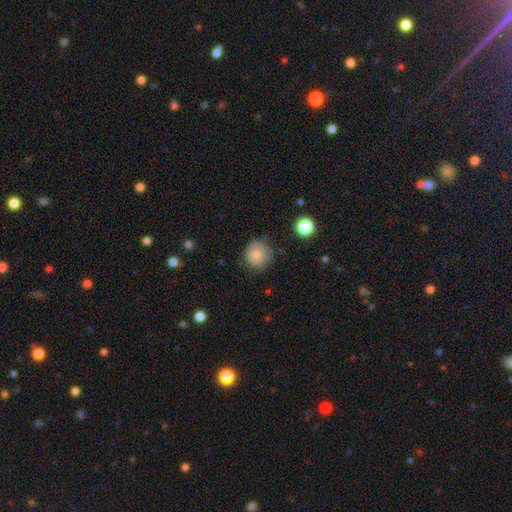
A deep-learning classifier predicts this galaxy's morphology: This is likely a smooth galaxy (80%). How rounded: clearly round (91%). Merging: likely none (69%).